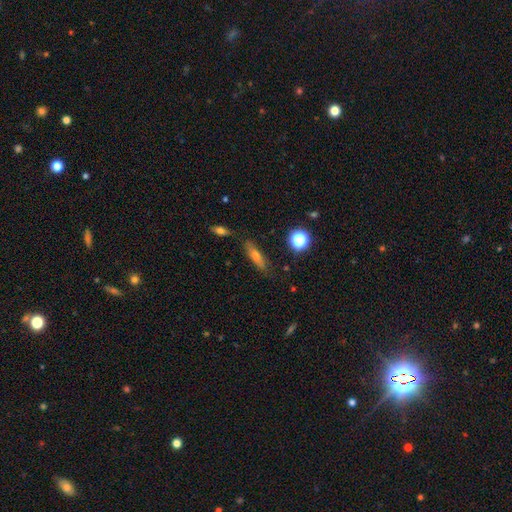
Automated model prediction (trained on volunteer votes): smooth-or-featured: smooth: 54% | featured or disk: 31% | star or artifact: 15%
  how-rounded: cigar-shaped: 68% | in between: 26% | round: 5%
  merging: none: 80% | minor disturbance: 13% | merger: 3% | major disturbance: 3%